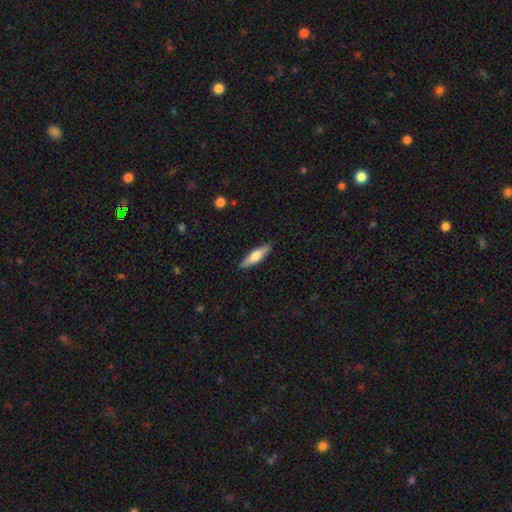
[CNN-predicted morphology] This appears to be a smooth galaxy with no disk features (63%) that is cigar-shaped (69%). Merging: none (88%).